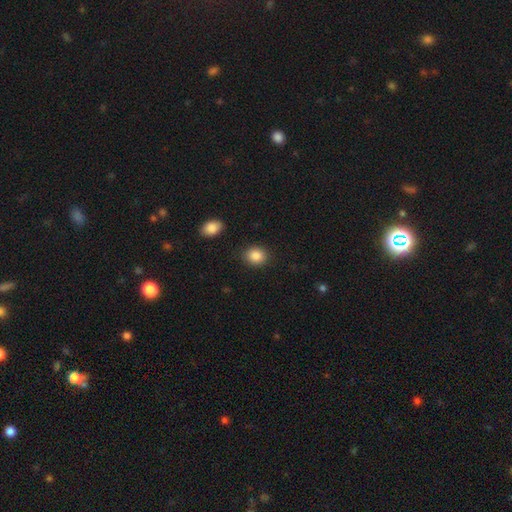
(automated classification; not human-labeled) A smooth galaxy with no disk features (87%) that is round (60%).

Vote fractions:
- Smooth or featured? smooth: 87% / star or artifact: 8% / featured or disk: 5%
- How rounded? round: 60% / in between: 39% / cigar-shaped: 1%
- Merging? none: 87% / minor disturbance: 8% / major disturbance: 2% / merger: 2%